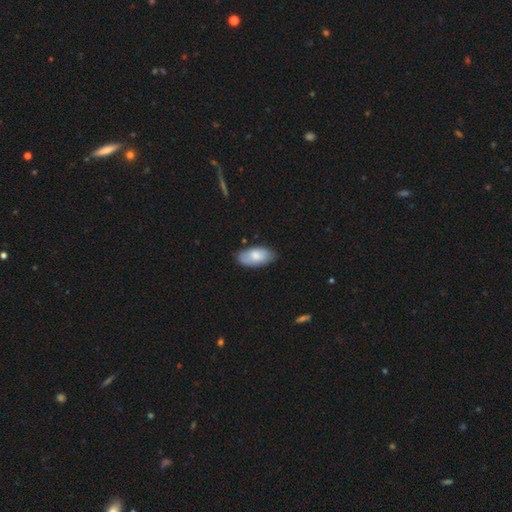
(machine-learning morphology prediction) Smooth or featured? Predicted: smooth (p=0.77). How rounded? Predicted: in between (p=0.94). Merging? Predicted: none (p=0.79).